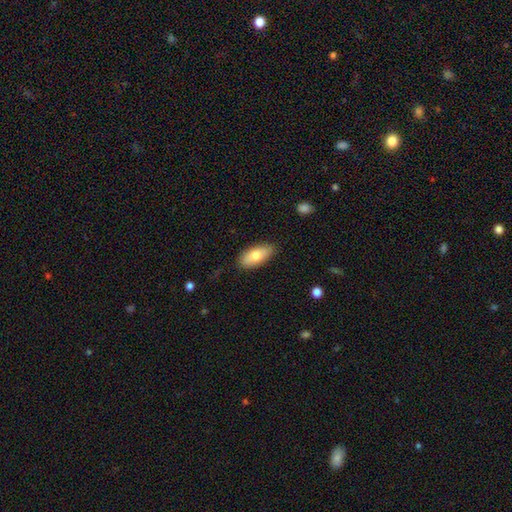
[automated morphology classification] The model was most divided on "smooth or featured": smooth: 75%, featured or disk: 19%, star or artifact: 6%. More confident: how rounded — in between (88%); merging — none (84%).